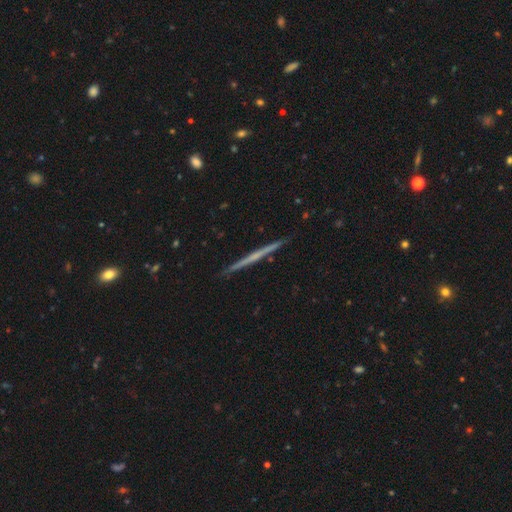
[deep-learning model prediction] Q: Smooth or featured?
A: featured or disk (65%); runner-up: smooth (29%)
Q: Edge-on disk?
A: yes (98%); runner-up: no (2%)
Q: Edge-on bulge?
A: none (80%); runner-up: rounded (15%)
Q: Merging?
A: none (92%); runner-up: minor disturbance (6%)